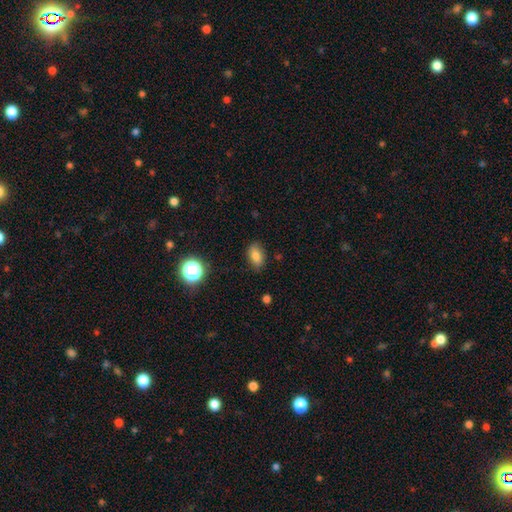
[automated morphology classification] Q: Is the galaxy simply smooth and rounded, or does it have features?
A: smooth — 80%.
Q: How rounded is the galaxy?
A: in between — 87%.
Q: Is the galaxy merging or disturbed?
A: none — 81%.